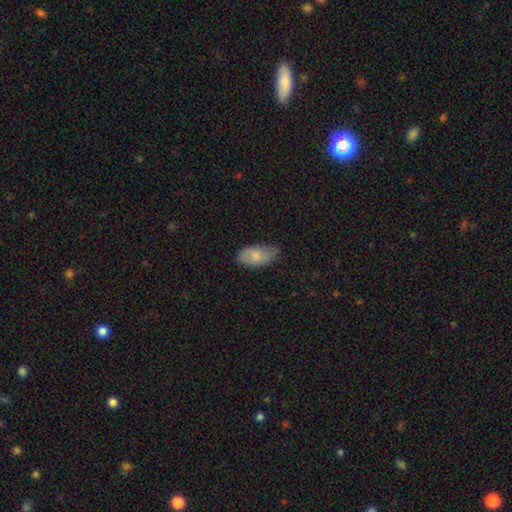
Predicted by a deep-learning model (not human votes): Smooth or featured?
  - smooth: 77% *
  - featured or disk: 17%
  - star or artifact: 6%
How rounded?
  - in between: 94% *
  - round: 4%
  - cigar-shaped: 3%
Merging?
  - none: 58% *
  - minor disturbance: 34%
  - major disturbance: 6%
  - merger: 1%